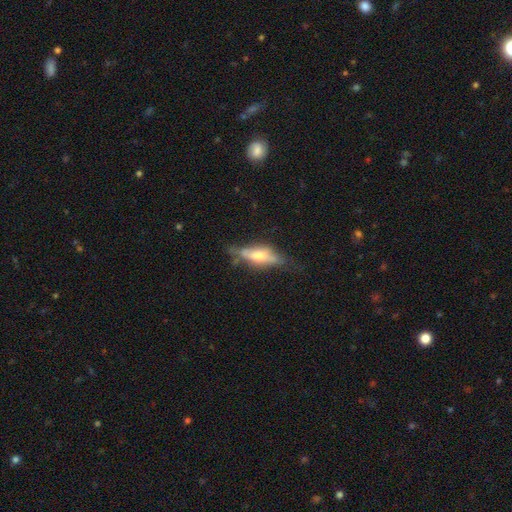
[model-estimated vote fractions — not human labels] smooth-or-featured: featured or disk: 60% | smooth: 32% | star or artifact: 8%
  disk-edge-on: yes: 83% | no: 17%
  merging: none: 64% | minor disturbance: 24% | major disturbance: 10% | merger: 3%